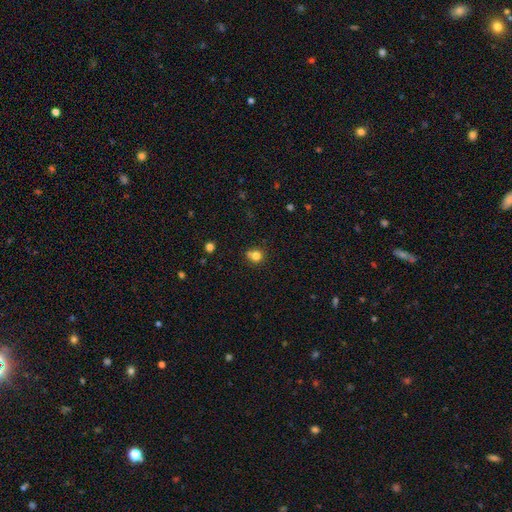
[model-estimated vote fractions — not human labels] smooth_or_featured: smooth (p=0.79) [alt: star or artifact p=0.13]
how_rounded: round (p=0.79) [alt: in between p=0.20]
merging: none (p=0.60) [alt: merger p=0.18]